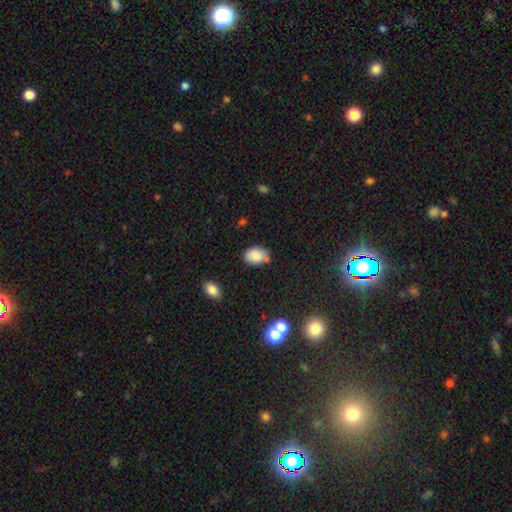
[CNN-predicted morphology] Smooth or featured?
  - smooth: 85% *
  - star or artifact: 8%
  - featured or disk: 6%
How rounded?
  - in between: 81% *
  - round: 18%
  - cigar-shaped: 1%
Merging?
  - none: 71% *
  - minor disturbance: 20%
  - merger: 6%
  - major disturbance: 4%